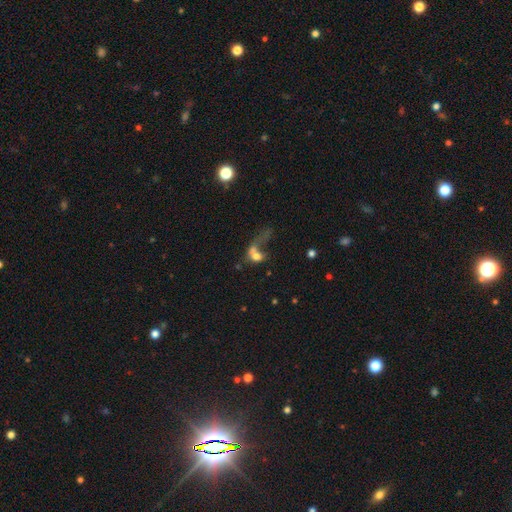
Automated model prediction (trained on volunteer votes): smooth_or_featured: smooth (p=0.54) [alt: featured or disk p=0.34]
how_rounded: in between (p=0.59) [alt: round p=0.35]
merging: major disturbance (p=0.39) [alt: merger p=0.38]